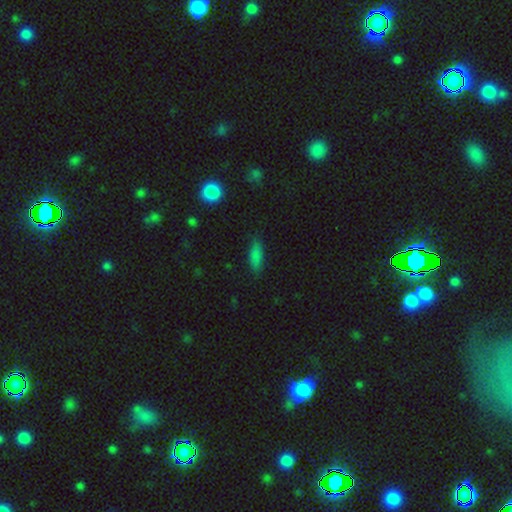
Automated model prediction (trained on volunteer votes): Smooth or featured?
  - smooth: 82% *
  - star or artifact: 10%
  - featured or disk: 8%
How rounded?
  - in between: 66% *
  - cigar-shaped: 32%
  - round: 3%
Merging?
  - none: 79% *
  - minor disturbance: 16%
  - major disturbance: 3%
  - merger: 1%